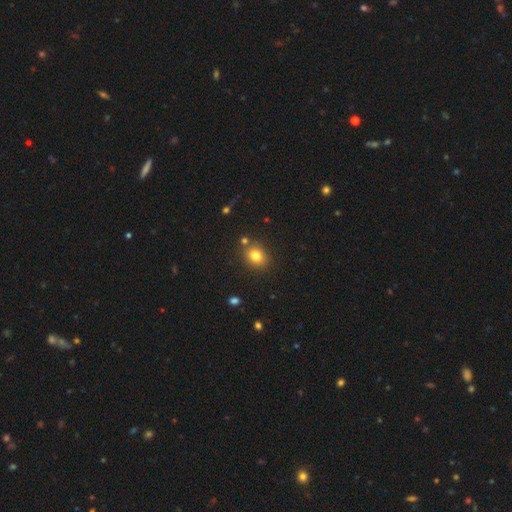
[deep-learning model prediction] Smooth or featured?
  - smooth: 80% *
  - star or artifact: 12%
  - featured or disk: 8%
How rounded?
  - round: 58% *
  - in between: 41%
  - cigar-shaped: 1%
Merging?
  - none: 80% *
  - minor disturbance: 10%
  - merger: 7%
  - major disturbance: 3%